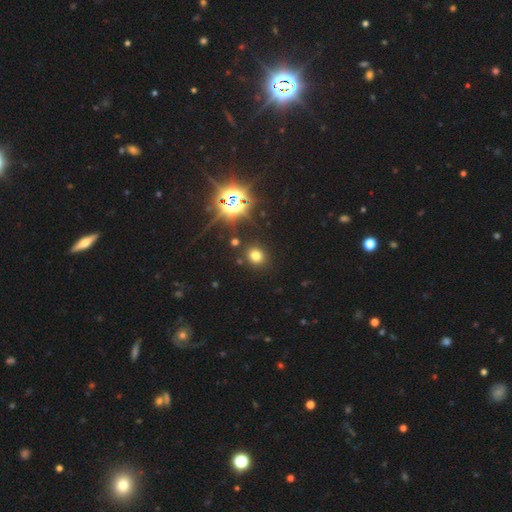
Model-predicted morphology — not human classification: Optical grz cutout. It shows a smooth galaxy with no disk features (70%) that is round (76%). Merging: none (87%).